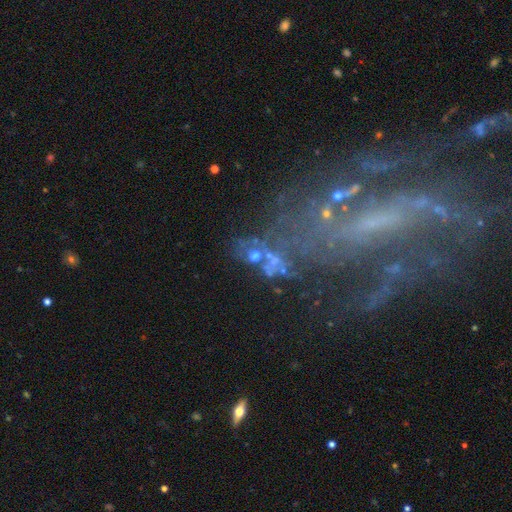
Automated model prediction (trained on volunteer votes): A featured or disk galaxy (41%). Merging: none (35%).